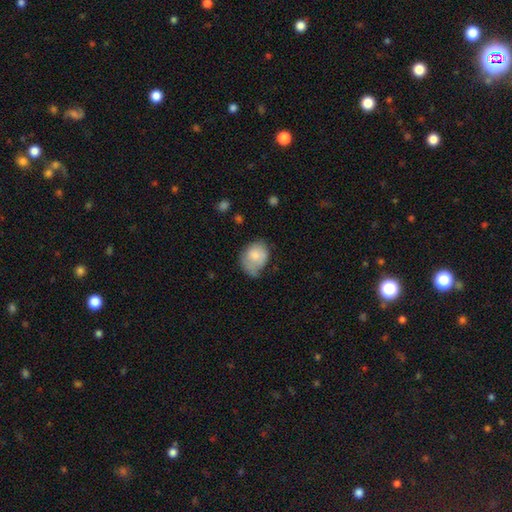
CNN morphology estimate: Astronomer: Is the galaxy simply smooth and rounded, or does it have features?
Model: smooth — 75%.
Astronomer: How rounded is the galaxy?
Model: in between — 58% (runner-up: round, 41%).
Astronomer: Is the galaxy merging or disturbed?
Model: minor disturbance — 40% (runner-up: none, 38%).